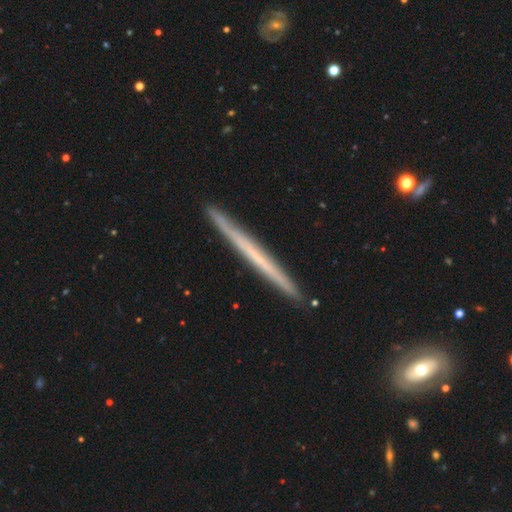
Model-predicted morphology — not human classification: Smooth or featured? featured or disk (56%)
Edge-on disk? yes (97%)
Edge-on bulge? none (93%)
Merging? none (92%)